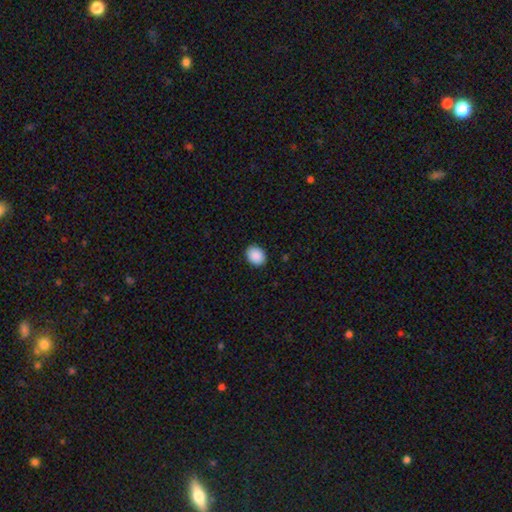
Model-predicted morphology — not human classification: A smooth galaxy with no disk features (90%) that is in between round and cigar-shaped (52%). Merging: none (90%).